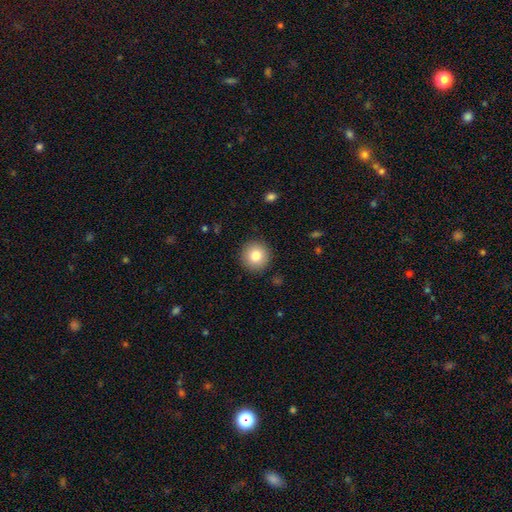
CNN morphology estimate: type=smooth (81%); roundness=round (94%); merging=none (91%).